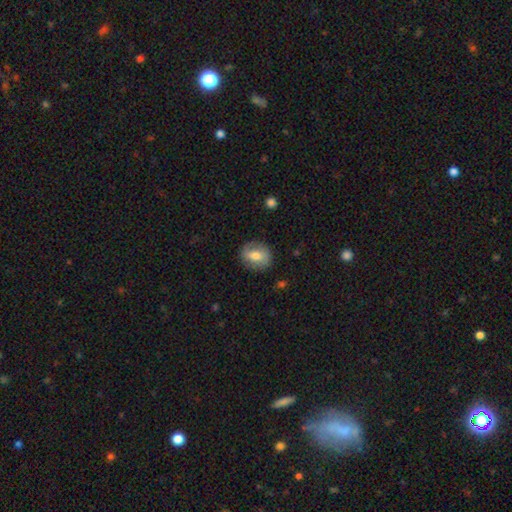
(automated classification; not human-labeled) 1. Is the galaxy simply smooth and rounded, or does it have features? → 56% smooth, 36% featured or disk, 7% star or artifact.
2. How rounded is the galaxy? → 68% round, 31% in between, 1% cigar-shaped.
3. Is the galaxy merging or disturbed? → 81% none, 14% minor disturbance, 4% major disturbance, 1% merger.